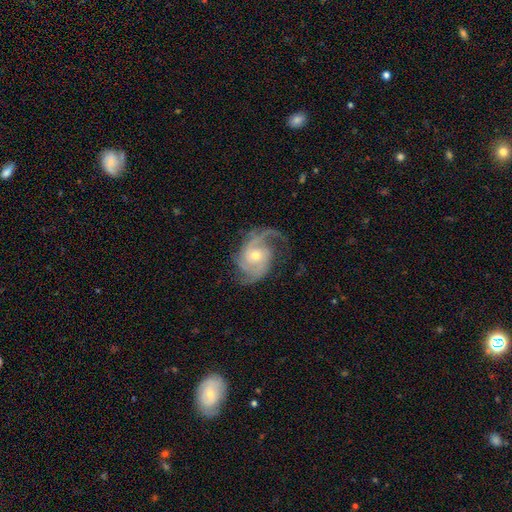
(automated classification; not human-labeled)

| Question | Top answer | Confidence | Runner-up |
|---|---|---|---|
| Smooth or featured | featured or disk | 89% | smooth (6%) |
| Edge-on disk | no | 97% | yes (3%) |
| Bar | no | 63% | weak (30%) |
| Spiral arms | yes | 97% | no (3%) |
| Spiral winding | medium | 49% | tight (29%) |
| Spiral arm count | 2 | 57% | 3 (18%) |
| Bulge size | small | 49% | moderate (47%) |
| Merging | none | 66% | minor disturbance (19%) |